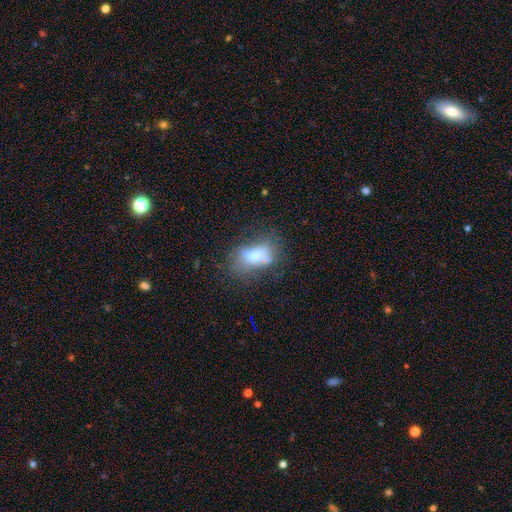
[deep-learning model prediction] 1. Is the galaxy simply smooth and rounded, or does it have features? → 50% smooth, 37% featured or disk, 13% star or artifact.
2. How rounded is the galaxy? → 83% in between, 12% round, 5% cigar-shaped.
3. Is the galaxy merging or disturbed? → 38% none, 28% major disturbance, 24% minor disturbance, 10% merger.